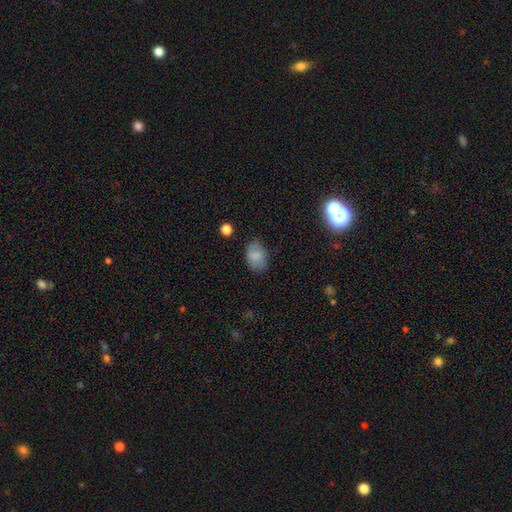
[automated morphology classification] type=smooth (81%); roundness=in between (82%); merging=none (73%).